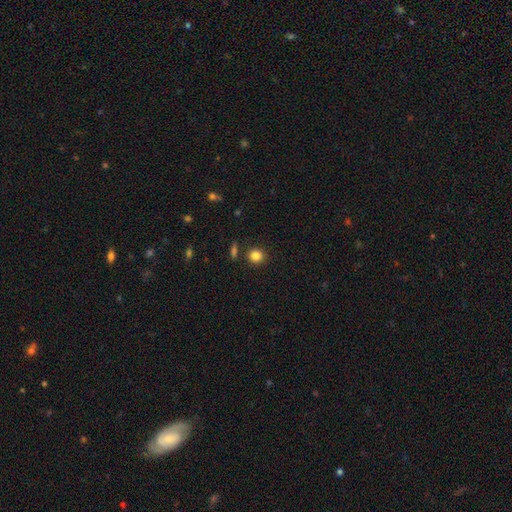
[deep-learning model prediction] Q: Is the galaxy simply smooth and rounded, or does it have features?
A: smooth — 84%.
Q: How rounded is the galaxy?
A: round — 87%.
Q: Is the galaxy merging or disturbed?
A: none — 87%.